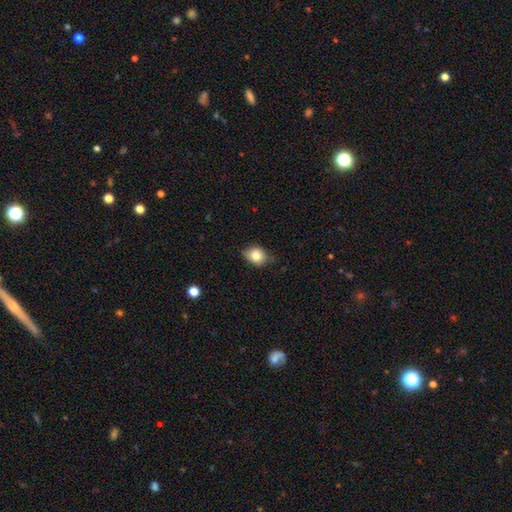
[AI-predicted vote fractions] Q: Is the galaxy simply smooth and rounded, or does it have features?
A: smooth — 79%.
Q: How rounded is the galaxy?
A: in between — 55%.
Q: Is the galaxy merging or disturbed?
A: none — 70%.